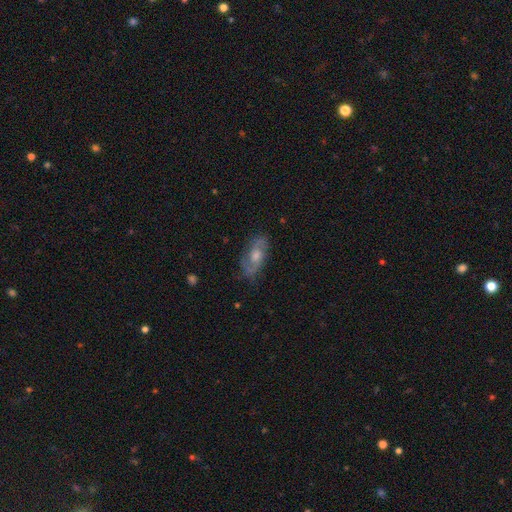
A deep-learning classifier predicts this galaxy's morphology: This is likely a featured or disk galaxy (69%). It is clearly not viewed edge-on (89%). Bar: likely no (66%). Spiral arm pattern: clearly yes (85%). Spiral arm count: likely 2 (77%). Spiral winding: possibly medium (47%). Central bulge: possibly moderate (60%). Merging: likely none (78%).